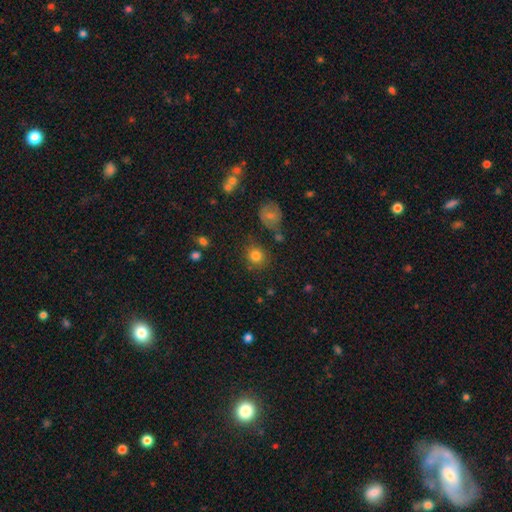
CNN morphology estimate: This appears to be a smooth galaxy with no disk features (81%) that is round (86%). Merging: none (76%).